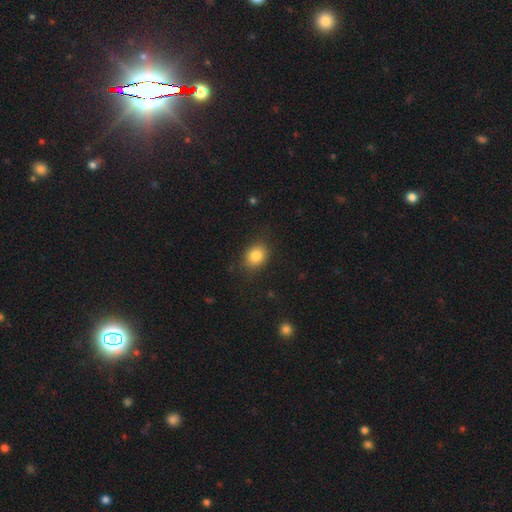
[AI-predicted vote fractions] Overall: smooth (84%). How rounded: in between (53%; round 46%). Merging: none (82%).